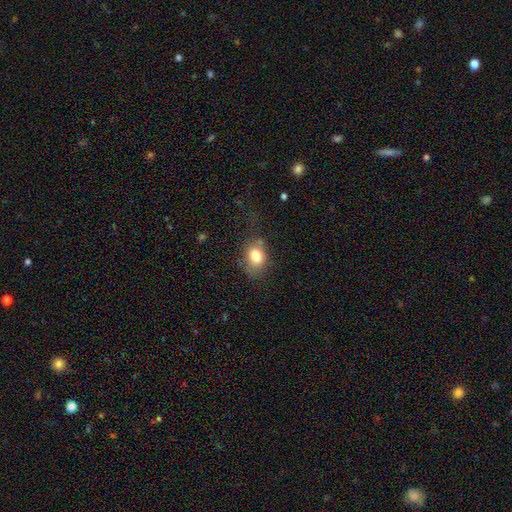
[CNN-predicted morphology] Smooth or featured: smooth — 80% (featured or disk — 11%)
How rounded: in between — 74% (round — 25%)
Merging: none — 56% (minor disturbance — 27%)